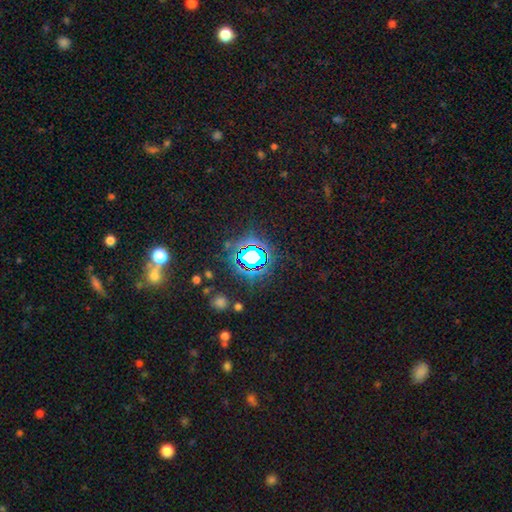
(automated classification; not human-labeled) star or artifact 74%, smooth 15%, featured or disk 11%.